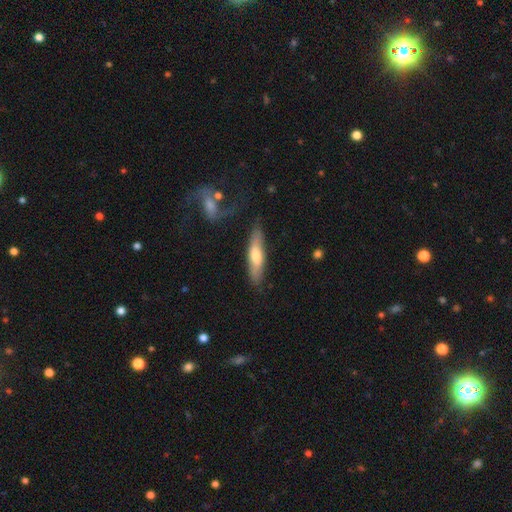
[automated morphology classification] Smooth or featured? smooth (55%)
How rounded? cigar-shaped (78%)
Merging? none (77%)